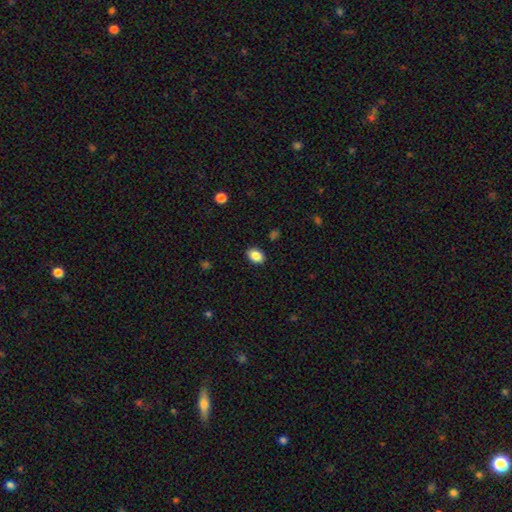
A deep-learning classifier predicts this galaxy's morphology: type=smooth (87%); roundness=in between (77%); merging=none (89%).